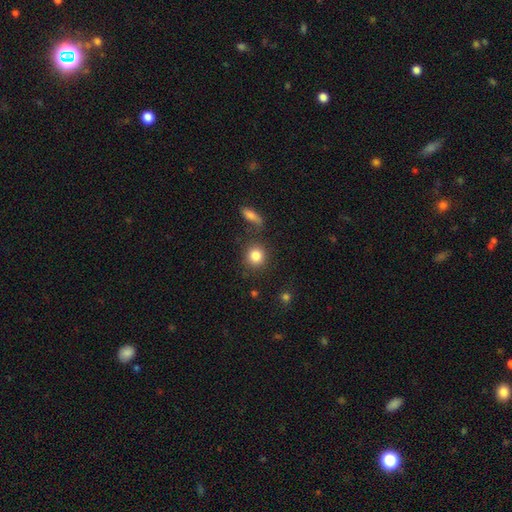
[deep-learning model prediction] Smooth or featured? Predicted: smooth (p=0.84). How rounded? Predicted: round (p=0.86). Merging? Predicted: none (p=0.79).